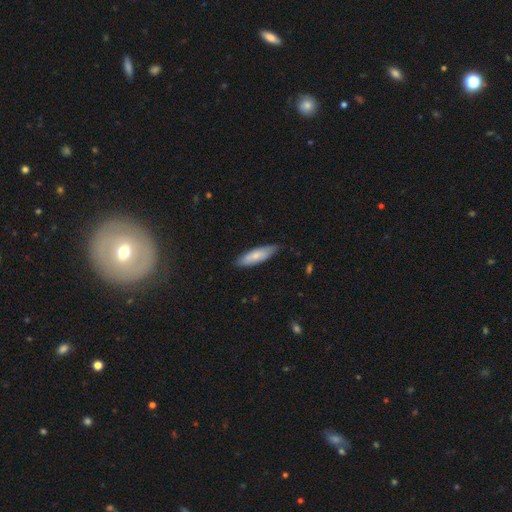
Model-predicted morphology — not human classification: A smooth galaxy with no disk features (76%) that is cigar-shaped (52%).

Vote fractions:
- Smooth or featured? smooth: 76% / featured or disk: 19% / star or artifact: 5%
- How rounded? cigar-shaped: 52% / in between: 46% / round: 2%
- Merging? none: 81% / minor disturbance: 16% / major disturbance: 2% / merger: 1%